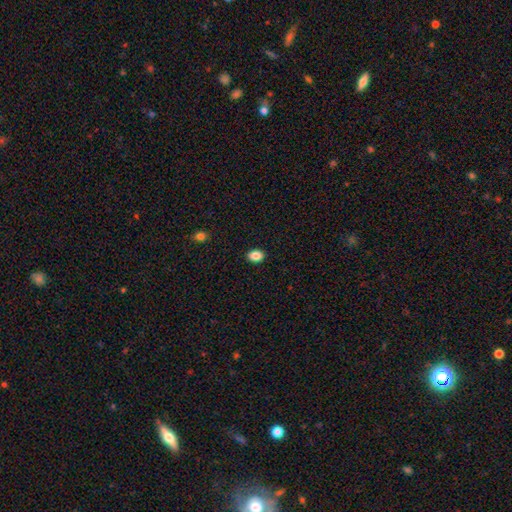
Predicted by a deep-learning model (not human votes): A smooth galaxy with no disk features (87%) that is in between round and cigar-shaped (71%).

Vote fractions:
- Smooth or featured? smooth: 87% / star or artifact: 9% / featured or disk: 4%
- How rounded? in between: 71% / round: 28% / cigar-shaped: 1%
- Merging? none: 91% / minor disturbance: 6% / major disturbance: 2% / merger: 1%